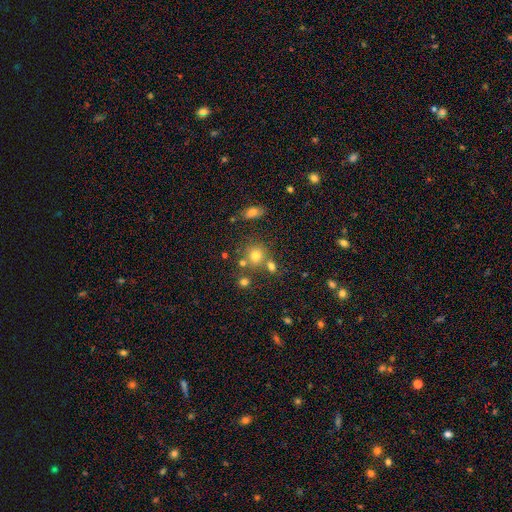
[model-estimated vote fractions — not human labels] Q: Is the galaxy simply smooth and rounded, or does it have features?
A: smooth — 73%.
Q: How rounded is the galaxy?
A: round — 83%.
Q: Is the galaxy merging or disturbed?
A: none — 62%.